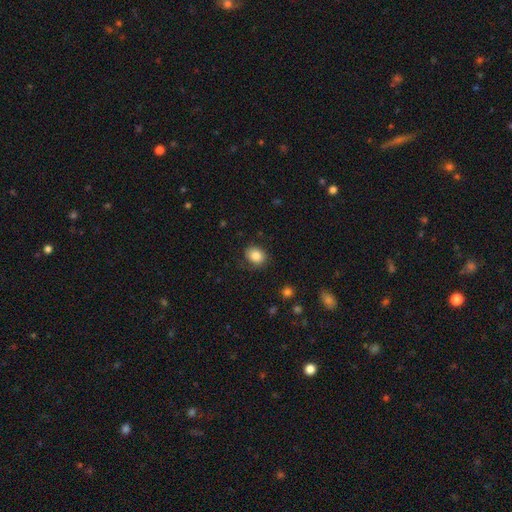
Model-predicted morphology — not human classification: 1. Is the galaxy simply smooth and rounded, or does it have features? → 83% smooth, 9% star or artifact, 8% featured or disk.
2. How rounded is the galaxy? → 59% round, 41% in between, 1% cigar-shaped.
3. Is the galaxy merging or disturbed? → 79% none, 15% minor disturbance, 4% major disturbance, 1% merger.